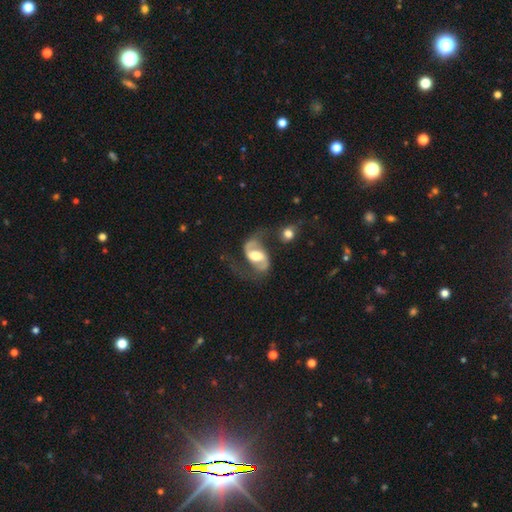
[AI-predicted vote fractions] Smooth or featured?
  - featured or disk: 84% *
  - smooth: 11%
  - star or artifact: 5%
Edge-on disk?
  - no: 97% *
  - yes: 3%
Bar?
  - weak: 43% *
  - strong: 32%
  - no: 25%
Spiral arms?
  - yes: 93% *
  - no: 7%
Spiral winding?
  - loose: 47% *
  - medium: 43%
  - tight: 10%
Spiral arm count?
  - 2: 91% *
  - 1: 3%
  - can't tell: 3%
  - 3: 1%
  - 4: 1%
  - more than 4: 1%
Bulge size?
  - moderate: 59% *
  - large: 27%
  - small: 9%
  - dominant: 2%
  - none: 2%
Merging?
  - none: 48% *
  - major disturbance: 21%
  - minor disturbance: 18%
  - merger: 13%